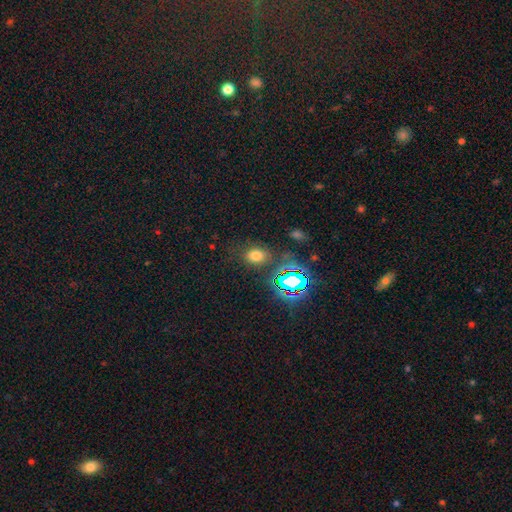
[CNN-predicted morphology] Smooth or featured: smooth — 67% (star or artifact — 25%)
How rounded: in between — 63% (round — 35%)
Merging: none — 78% (minor disturbance — 13%)